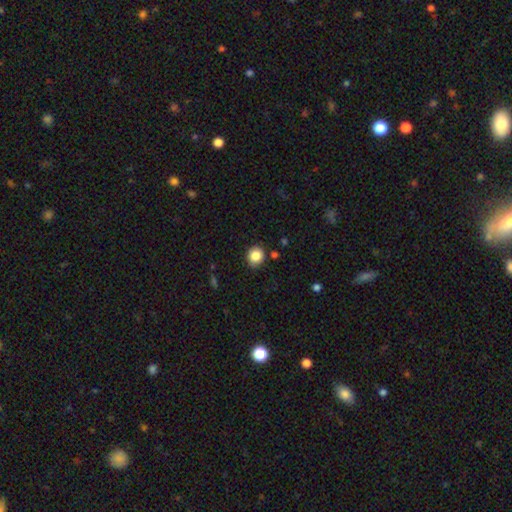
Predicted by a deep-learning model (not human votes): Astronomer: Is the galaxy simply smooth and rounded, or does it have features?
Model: smooth — 85%.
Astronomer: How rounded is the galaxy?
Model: round — 80%.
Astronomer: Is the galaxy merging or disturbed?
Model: none — 86%.